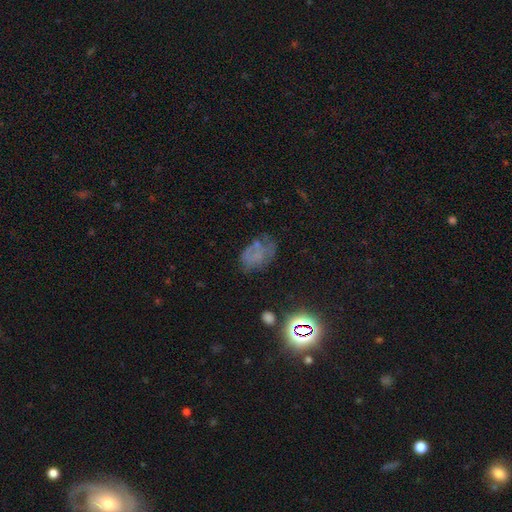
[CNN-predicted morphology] Smooth or featured: smooth — 39% (featured or disk — 35%)
Merging: none — 48% (minor disturbance — 26%)